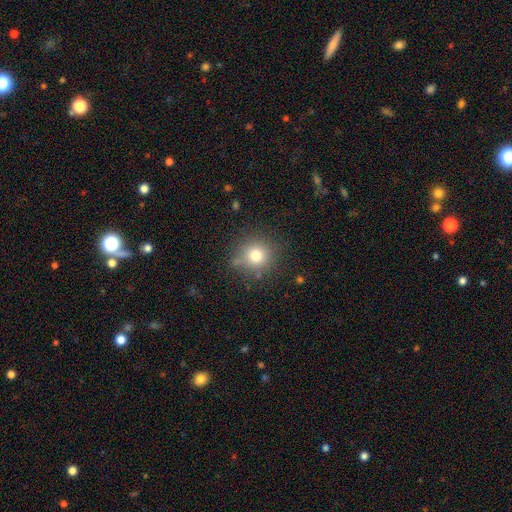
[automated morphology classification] Smooth or featured? smooth (77%)
How rounded? round (92%)
Merging? none (81%)